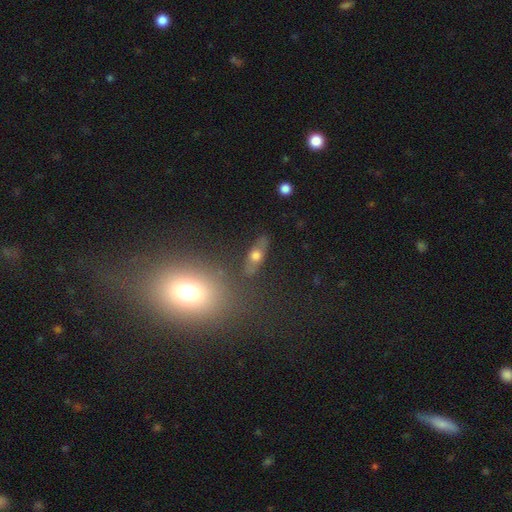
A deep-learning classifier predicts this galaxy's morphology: Smooth or featured?
  - smooth: 54% *
  - featured or disk: 34%
  - star or artifact: 12%
How rounded?
  - in between: 58% *
  - cigar-shaped: 30%
  - round: 13%
Merging?
  - none: 74% *
  - minor disturbance: 15%
  - merger: 6%
  - major disturbance: 5%